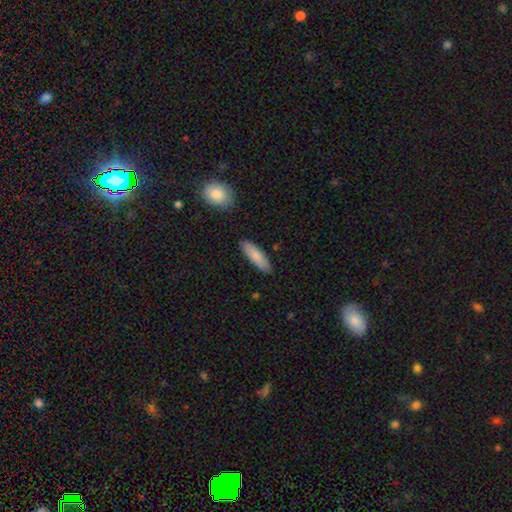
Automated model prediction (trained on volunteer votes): smooth 83%, featured or disk 11%, star or artifact 6%. Down the decision tree: how rounded — cigar-shaped (52%); merging — none (87%).